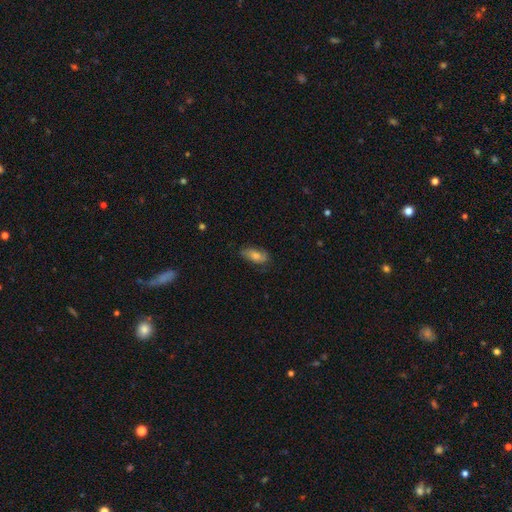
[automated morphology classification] A smooth galaxy with no disk features (69%) that is in between round and cigar-shaped (84%). Merging: none (75%).